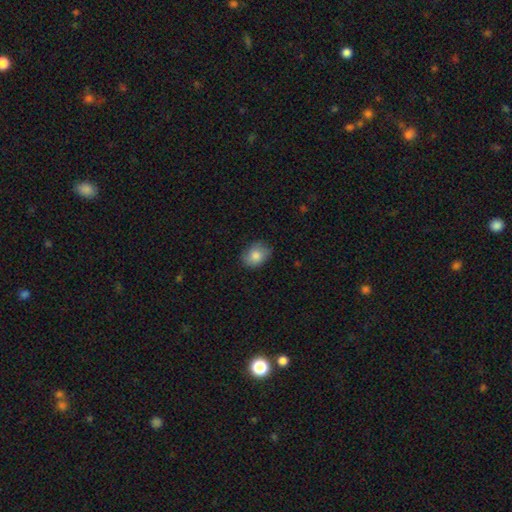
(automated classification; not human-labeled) The model was most divided on "how rounded": in between: 60%, round: 39%, cigar-shaped: 1%. More confident: smooth or featured — smooth (84%); merging — none (78%).